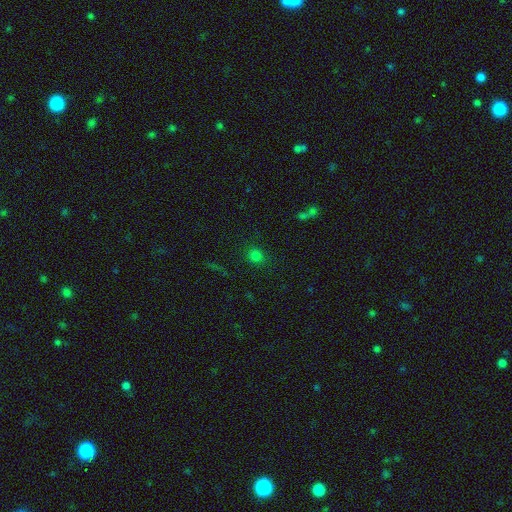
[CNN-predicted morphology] A smooth galaxy with no disk features (76%) that is round (84%).

Vote fractions:
- Smooth or featured? smooth: 76% / star or artifact: 19% / featured or disk: 5%
- How rounded? round: 84% / in between: 15% / cigar-shaped: 1%
- Merging? none: 87% / minor disturbance: 8% / major disturbance: 3% / merger: 2%